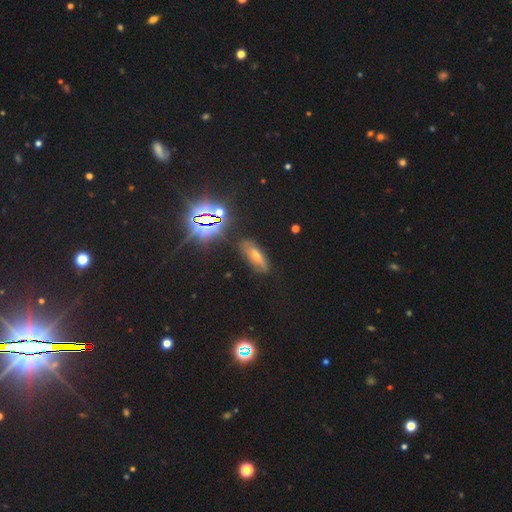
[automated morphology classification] Smooth or featured? star or artifact (39%)